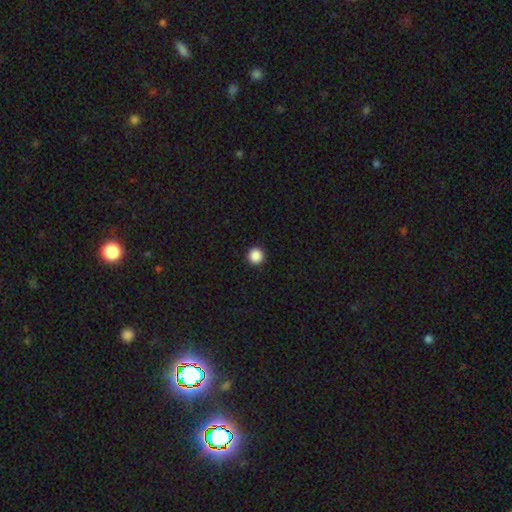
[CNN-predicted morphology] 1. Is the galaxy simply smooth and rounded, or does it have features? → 88% smooth, 10% star or artifact, 2% featured or disk.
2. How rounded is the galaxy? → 97% round, 3% in between, 1% cigar-shaped.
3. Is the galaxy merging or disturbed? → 94% none, 4% minor disturbance, 1% major disturbance, 1% merger.